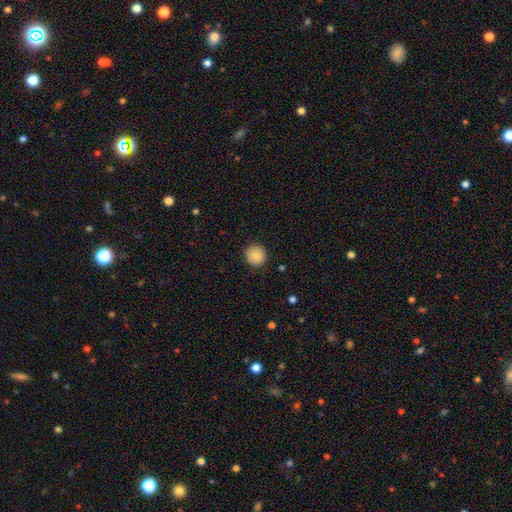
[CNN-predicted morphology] smooth 83%, featured or disk 9%, star or artifact 8%. Down the decision tree: how rounded — round (95%); merging — none (91%).